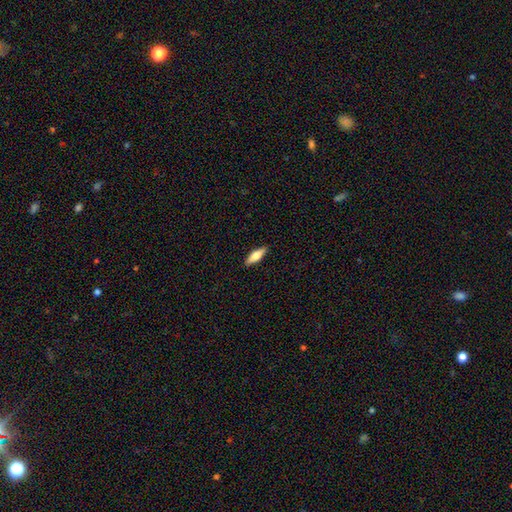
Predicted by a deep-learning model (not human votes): smooth_or_featured: smooth (p=0.63) [alt: featured or disk p=0.31]
how_rounded: in between (p=0.50) [alt: cigar-shaped p=0.47]
merging: none (p=0.90) [alt: minor disturbance p=0.08]